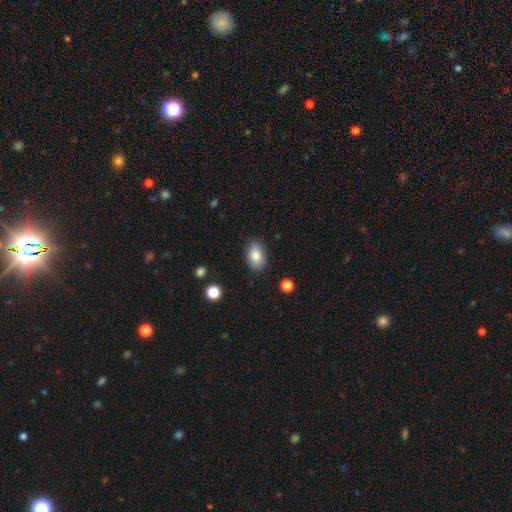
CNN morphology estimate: Smooth or featured?
  - smooth: 83% *
  - featured or disk: 9%
  - star or artifact: 8%
How rounded?
  - in between: 90% *
  - round: 9%
  - cigar-shaped: 1%
Merging?
  - none: 85% *
  - minor disturbance: 11%
  - major disturbance: 3%
  - merger: 1%